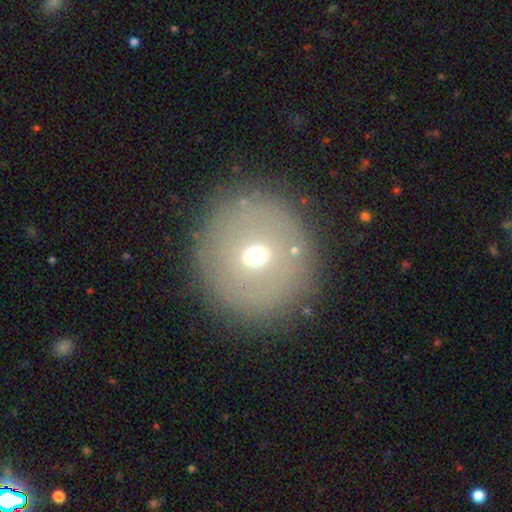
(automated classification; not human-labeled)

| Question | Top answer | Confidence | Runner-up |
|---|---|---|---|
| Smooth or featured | smooth | 53% | featured or disk (33%) |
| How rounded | round | 87% | in between (12%) |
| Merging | none | 85% | minor disturbance (9%) |